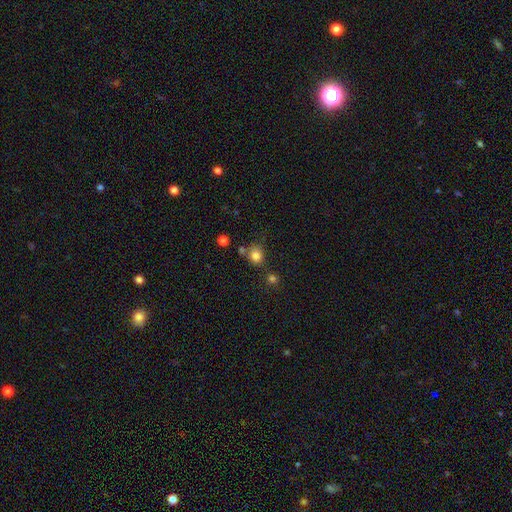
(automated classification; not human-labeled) Morphology: type=smooth (81%); roundness=round (80%); merging=none (66%).